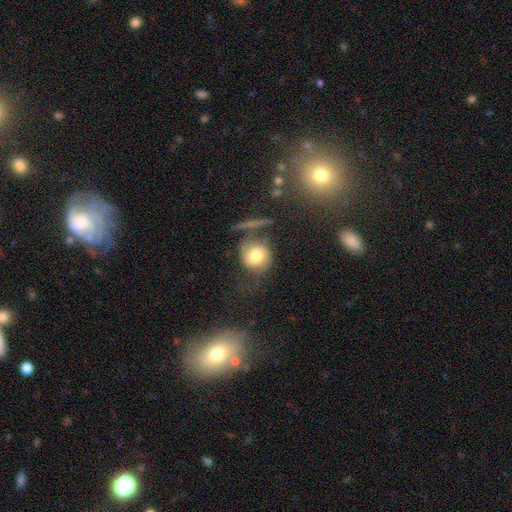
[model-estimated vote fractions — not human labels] A smooth galaxy with no disk features (47%). Merging: none (49%).